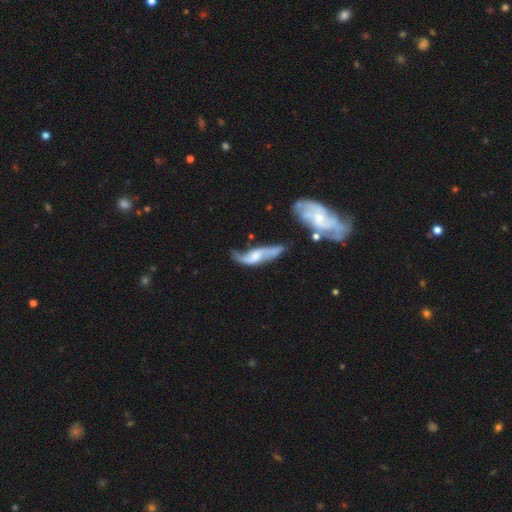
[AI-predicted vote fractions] The model was most divided on "bulge size": moderate: 35%, small: 33%, none: 20%, large: 9%, dominant: 2%. Remaining: spiral arms — yes (87%); spiral arm count — 2 (81%); edge-on disk — no (81%); smooth or featured — featured or disk (75%); spiral winding — loose (70%); bar — no (52%); merging — none (41%).